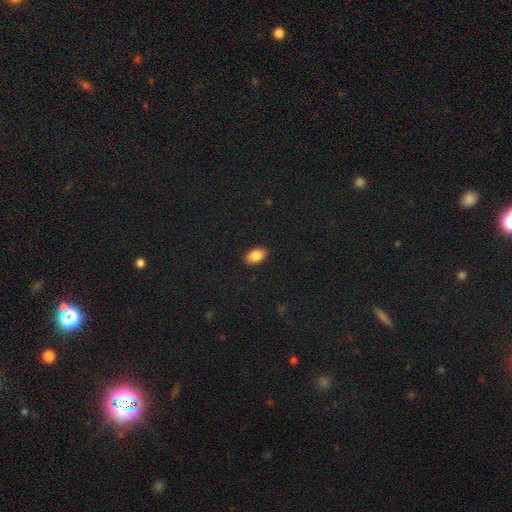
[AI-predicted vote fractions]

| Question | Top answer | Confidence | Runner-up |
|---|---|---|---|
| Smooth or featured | smooth | 85% | star or artifact (8%) |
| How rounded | in between | 91% | round (7%) |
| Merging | none | 89% | minor disturbance (8%) |